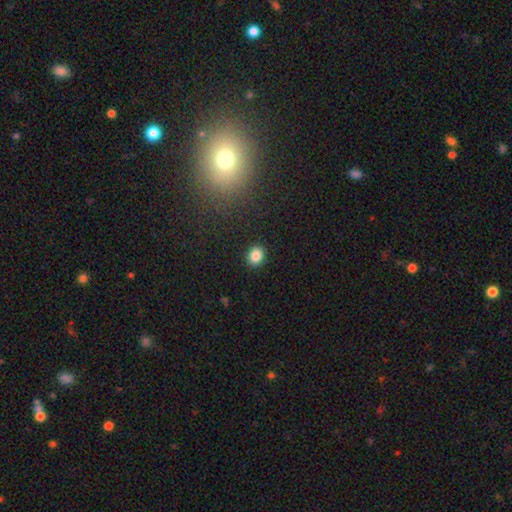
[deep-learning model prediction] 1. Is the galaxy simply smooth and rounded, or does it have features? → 86% smooth, 10% star or artifact, 4% featured or disk.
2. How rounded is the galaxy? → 51% round, 48% in between, 1% cigar-shaped.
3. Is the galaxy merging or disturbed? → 90% none, 7% minor disturbance, 2% major disturbance, 1% merger.